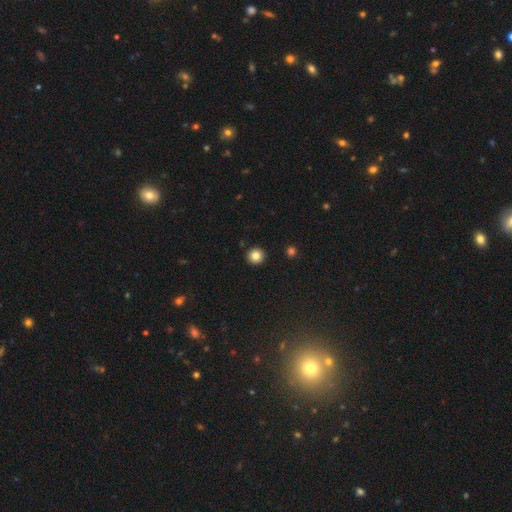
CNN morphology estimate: smooth_or_featured: smooth (p=0.84) [alt: star or artifact p=0.10]
how_rounded: round (p=0.95) [alt: in between p=0.04]
merging: none (p=0.93) [alt: minor disturbance p=0.04]